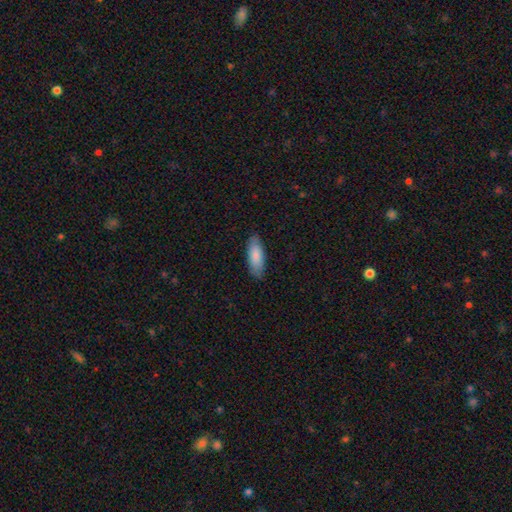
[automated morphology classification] Overall: smooth (84%). How rounded: in between (72%). Merging: none (85%).